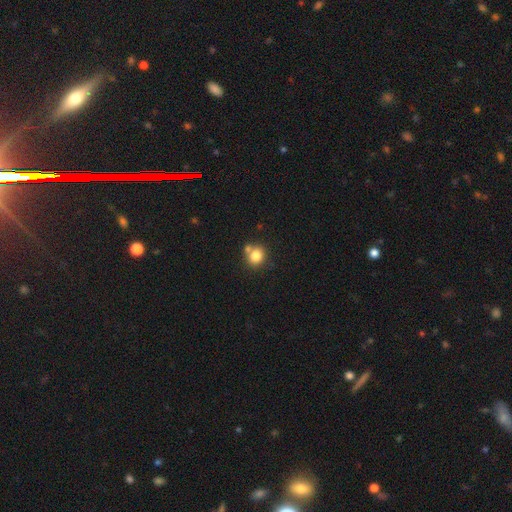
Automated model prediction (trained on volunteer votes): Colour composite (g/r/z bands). It shows a smooth galaxy with no disk features (81%) that is round (83%). Merging: none (63%).